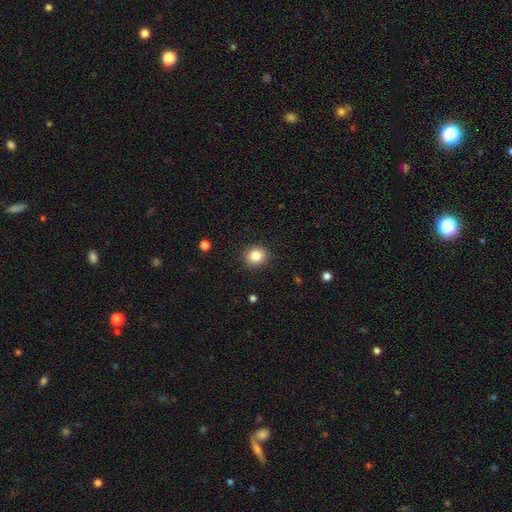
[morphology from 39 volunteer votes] Smooth or featured? smooth (82%)
How rounded? round (88%)
Merging? none (76%)